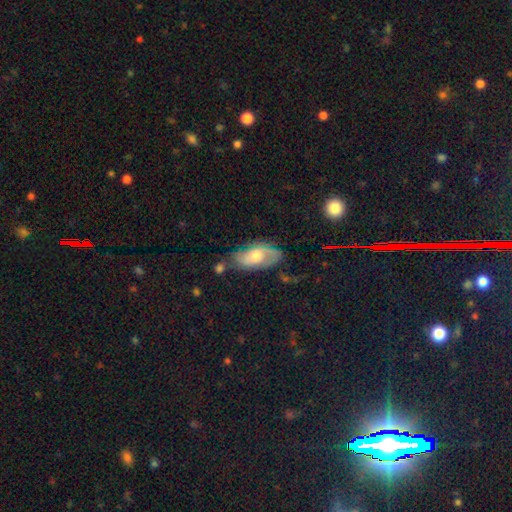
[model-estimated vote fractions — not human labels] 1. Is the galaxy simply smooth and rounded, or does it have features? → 55% featured or disk, 37% smooth, 8% star or artifact.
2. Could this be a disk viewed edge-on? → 90% no, 10% yes.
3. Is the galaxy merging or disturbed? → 59% none, 26% minor disturbance, 10% major disturbance, 5% merger.